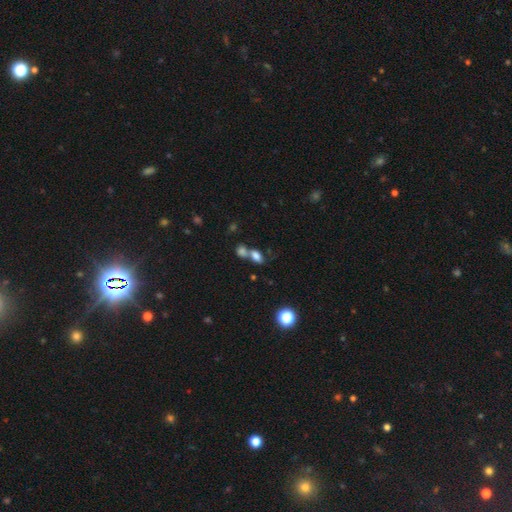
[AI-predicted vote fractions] Smooth or featured? smooth (76%)
How rounded? in between (81%)
Merging? merger (54%)